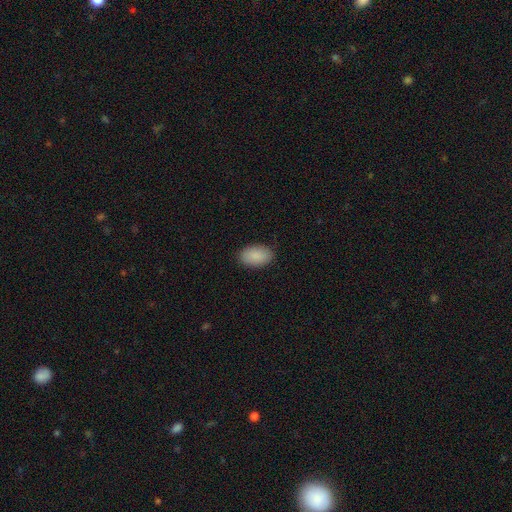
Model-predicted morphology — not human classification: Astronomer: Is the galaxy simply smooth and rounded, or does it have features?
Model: smooth — 90%.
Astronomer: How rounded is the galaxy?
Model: in between — 94%.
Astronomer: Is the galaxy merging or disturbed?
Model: none — 88%.